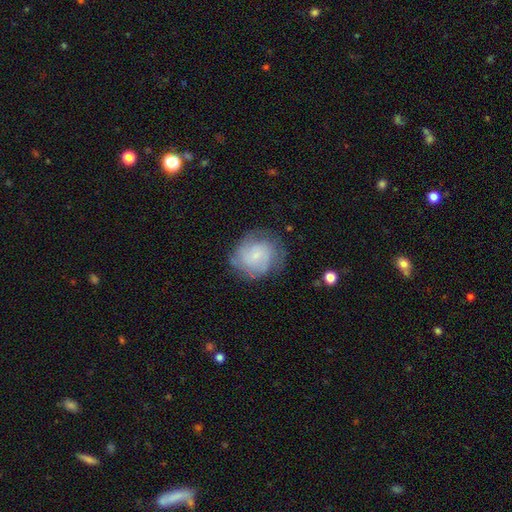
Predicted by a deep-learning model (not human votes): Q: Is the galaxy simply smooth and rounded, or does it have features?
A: featured or disk — 52%.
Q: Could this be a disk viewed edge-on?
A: no — 98%.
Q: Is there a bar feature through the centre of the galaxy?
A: no — 61%.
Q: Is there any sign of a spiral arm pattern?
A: yes — 84%.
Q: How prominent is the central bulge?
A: small — 66%.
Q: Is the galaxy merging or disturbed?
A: none — 67%.